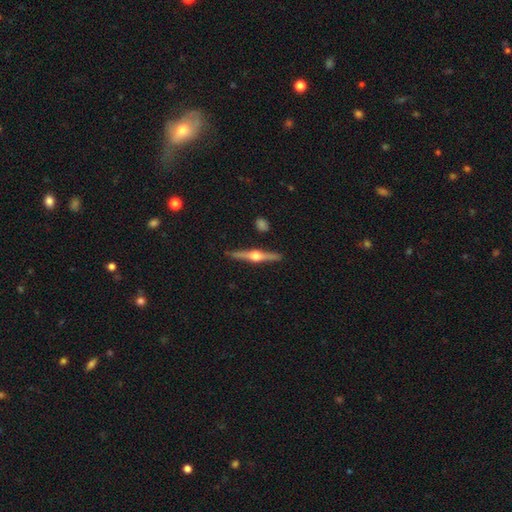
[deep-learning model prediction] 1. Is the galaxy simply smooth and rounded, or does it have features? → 81% featured or disk, 14% smooth, 5% star or artifact.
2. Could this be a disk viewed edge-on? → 98% yes, 2% no.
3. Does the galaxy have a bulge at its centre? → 96% rounded, 2% boxy, 2% none.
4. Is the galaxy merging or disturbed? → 90% none, 7% minor disturbance, 2% merger, 1% major disturbance.